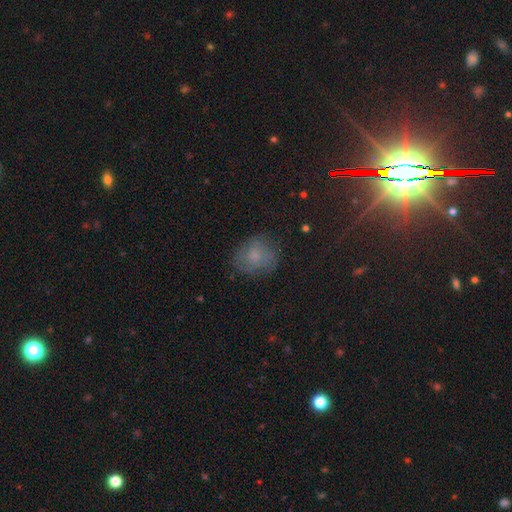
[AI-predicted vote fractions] Morphology: type=smooth (63%); roundness=round (73%); merging=none (71%).